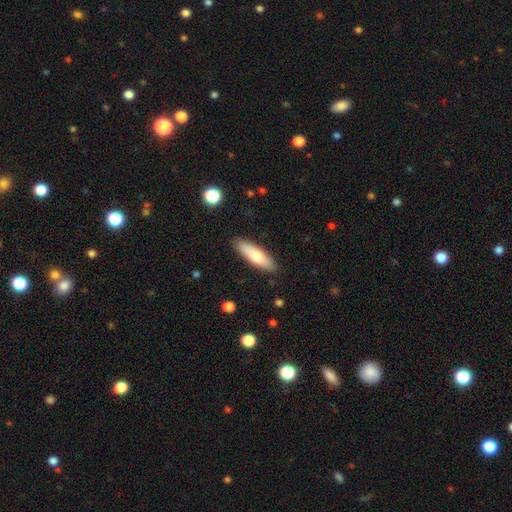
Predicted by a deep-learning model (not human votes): A smooth galaxy with no disk features (72%) that is cigar-shaped (54%). Merging: none (88%).